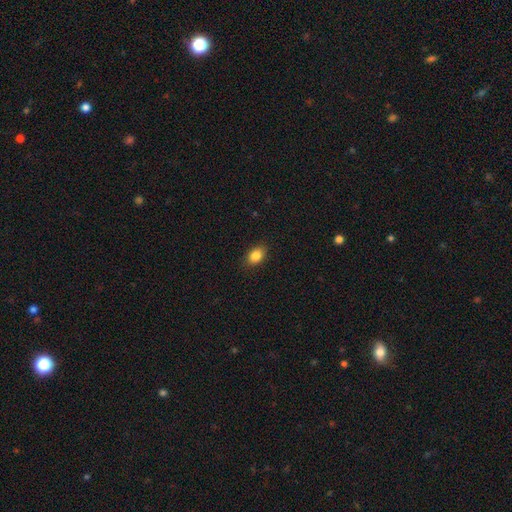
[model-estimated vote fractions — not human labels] Morphology: type=smooth (85%); roundness=in between (77%); merging=none (87%).